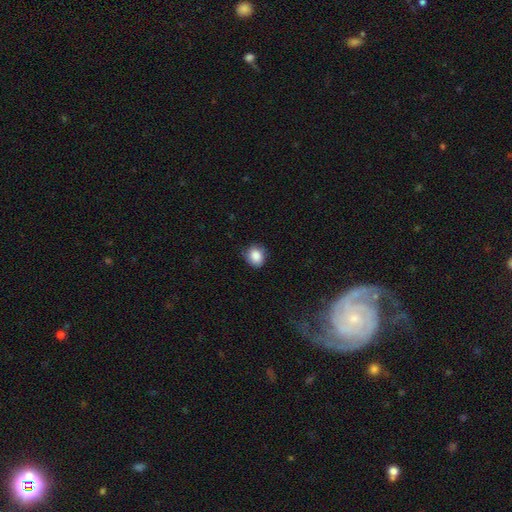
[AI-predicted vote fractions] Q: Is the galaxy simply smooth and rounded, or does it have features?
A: smooth — 86%.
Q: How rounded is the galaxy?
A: round — 61%.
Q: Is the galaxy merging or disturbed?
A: none — 76%.